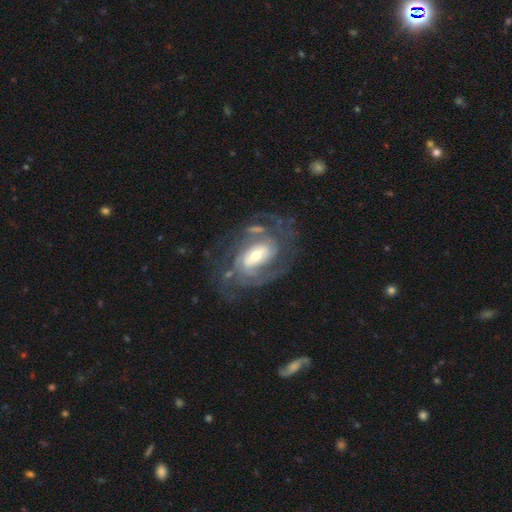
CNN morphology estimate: Smooth or featured: featured or disk — 86% (smooth — 8%)
Edge-on disk: no — 96% (yes — 4%)
Bar: weak — 43% (no — 30%)
Spiral arms: yes — 94% (no — 6%)
Spiral winding: tight — 56% (medium — 34%)
Spiral arm count: can't tell — 30% (tied with 2 — 30%)
Bulge size: moderate — 55% (small — 31%)
Merging: none — 59% (minor disturbance — 19%)